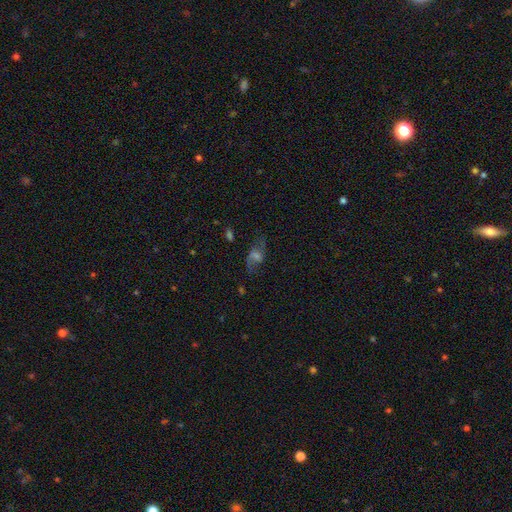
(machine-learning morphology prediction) Smooth or featured? featured or disk (66%)
Edge-on disk? no (93%)
Bar? weak (47%)
Spiral arms? yes (89%)
Spiral winding? loose (62%)
Spiral arm count? 2 (88%)
Bulge size? moderate (39%)
Merging? none (71%)